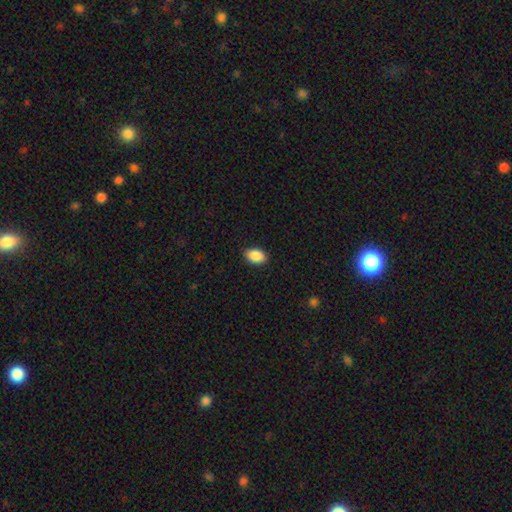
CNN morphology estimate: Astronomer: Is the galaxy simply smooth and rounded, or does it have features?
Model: smooth — 89%.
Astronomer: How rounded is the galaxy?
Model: in between — 90%.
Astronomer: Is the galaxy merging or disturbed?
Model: none — 89%.